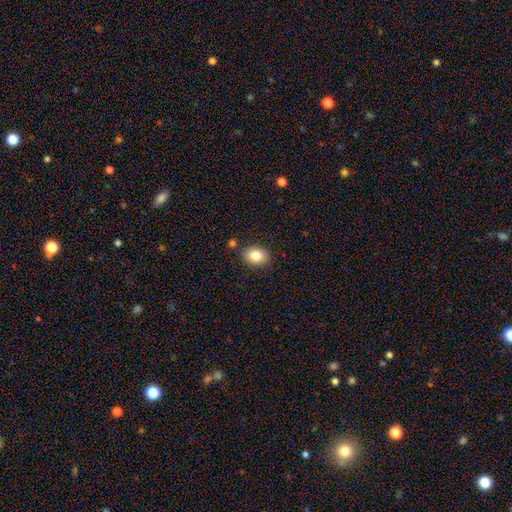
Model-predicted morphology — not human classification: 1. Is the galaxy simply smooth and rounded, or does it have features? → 83% smooth, 9% star or artifact, 8% featured or disk.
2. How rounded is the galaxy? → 65% in between, 34% round, 1% cigar-shaped.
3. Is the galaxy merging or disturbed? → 85% none, 9% minor disturbance, 3% merger, 2% major disturbance.